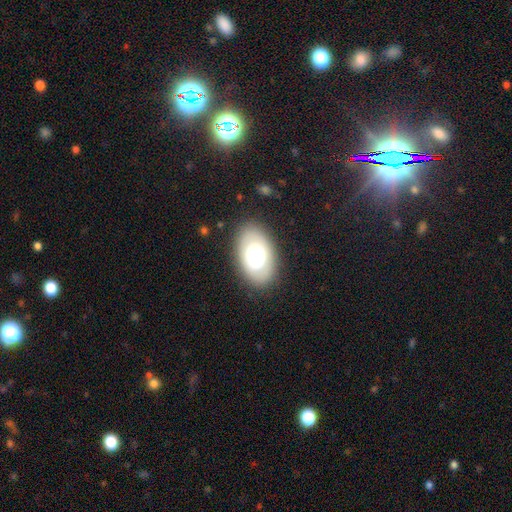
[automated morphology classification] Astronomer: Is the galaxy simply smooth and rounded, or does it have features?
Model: smooth — 68%.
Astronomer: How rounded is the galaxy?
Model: in between — 89%.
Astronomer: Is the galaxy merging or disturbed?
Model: none — 85%.